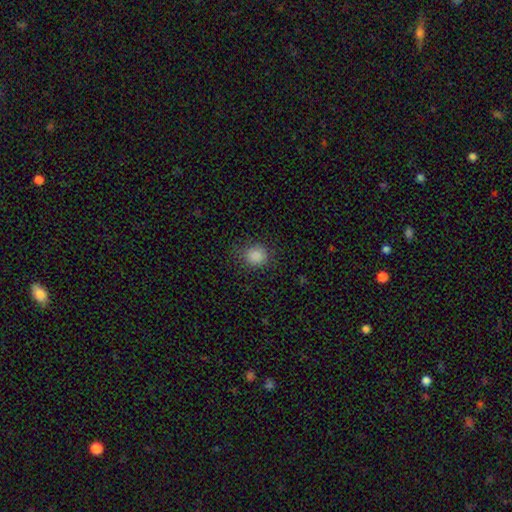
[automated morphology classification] Smooth or featured? smooth (85%)
How rounded? round (76%)
Merging? none (81%)